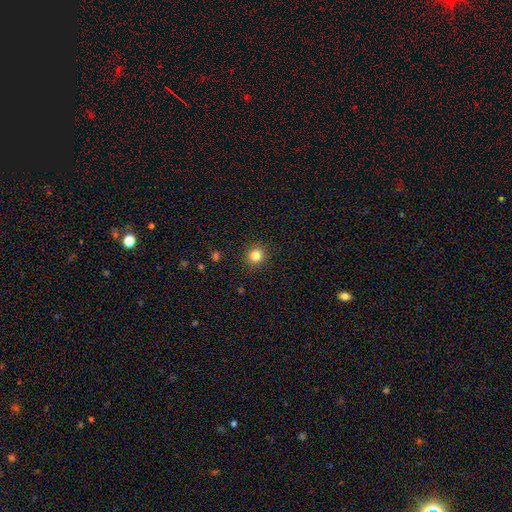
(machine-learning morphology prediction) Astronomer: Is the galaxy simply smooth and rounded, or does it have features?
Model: smooth — 82%.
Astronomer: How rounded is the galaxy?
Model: round — 90%.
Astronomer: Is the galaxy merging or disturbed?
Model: none — 91%.